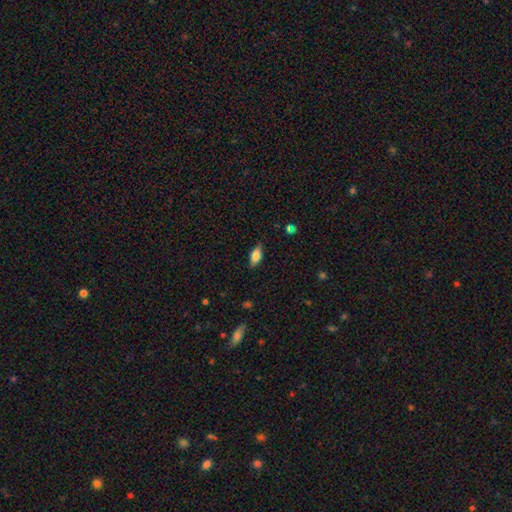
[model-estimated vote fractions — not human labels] This is likely a smooth galaxy (73%). How rounded: clearly in between (81%). Merging: clearly none (83%).